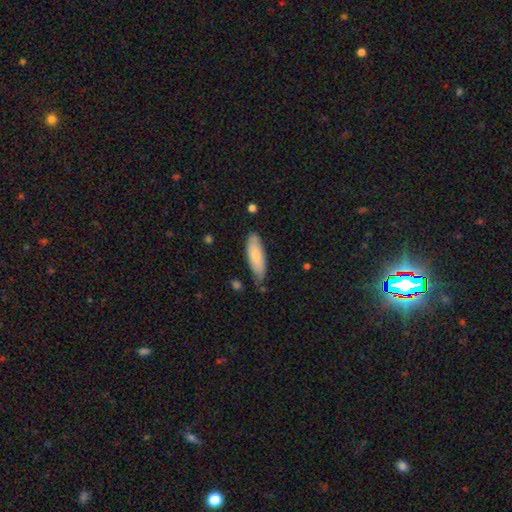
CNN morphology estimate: The model was most divided on "how rounded": in between: 58%, cigar-shaped: 40%, round: 2%. More confident: smooth or featured — smooth (79%); merging — none (76%).